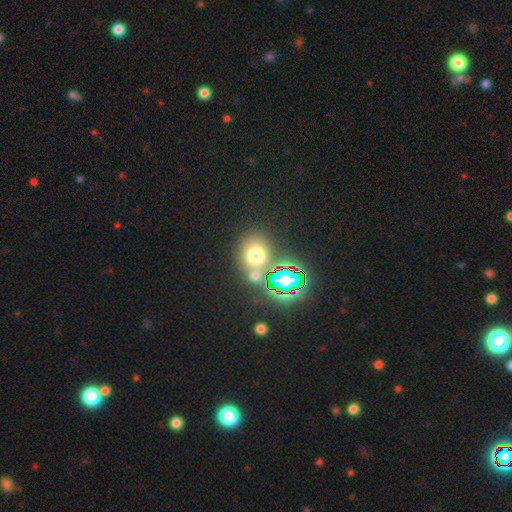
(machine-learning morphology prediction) Overall: smooth (61%; star or artifact 29%). How rounded: round (77%). Merging: none (67%).